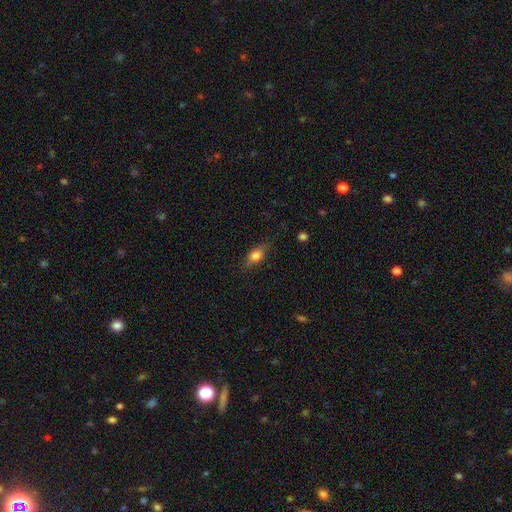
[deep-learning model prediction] Smooth or featured? Predicted: smooth (p=0.70). How rounded? Predicted: in between (p=0.72). Merging? Predicted: none (p=0.78).